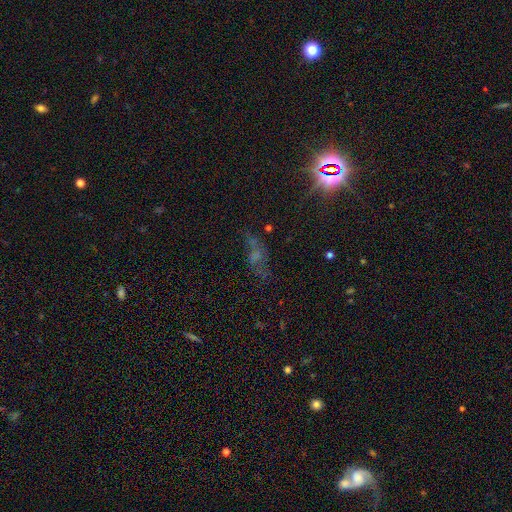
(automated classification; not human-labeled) smooth_or_featured: star or artifact (p=0.50) [alt: featured or disk p=0.30]